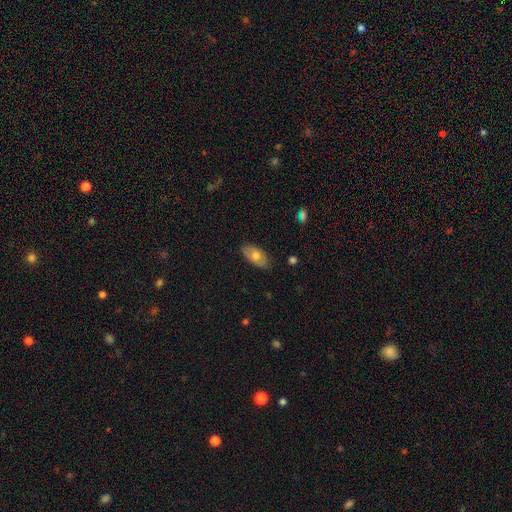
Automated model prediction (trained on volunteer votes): A smooth galaxy with no disk features (65%) that is in between round and cigar-shaped (94%).

Vote fractions:
- Smooth or featured? smooth: 65% / featured or disk: 28% / star or artifact: 7%
- How rounded? in between: 94% / round: 4% / cigar-shaped: 2%
- Merging? none: 82% / minor disturbance: 14% / major disturbance: 2% / merger: 1%